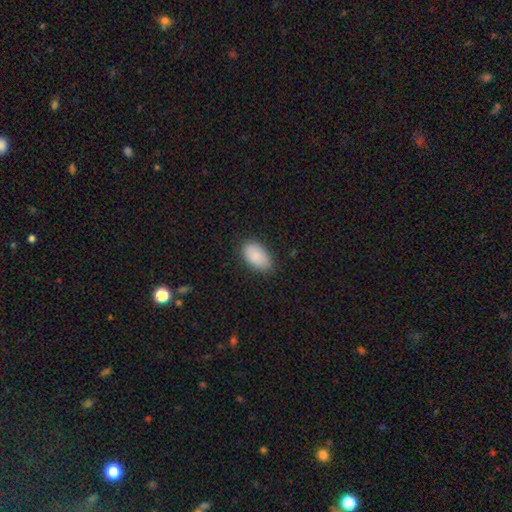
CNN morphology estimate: smooth_or_featured: smooth (p=0.89) [alt: star or artifact p=0.06]
how_rounded: in between (p=0.94) [alt: round p=0.05]
merging: none (p=0.80) [alt: minor disturbance p=0.16]